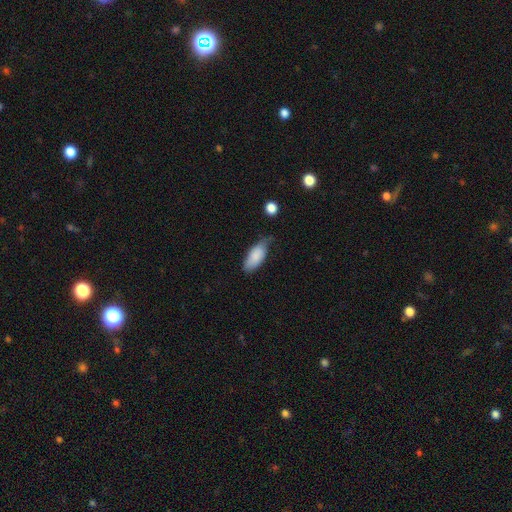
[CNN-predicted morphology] smooth 82%, featured or disk 11%, star or artifact 6%. Down the decision tree: how rounded — in between (87%); merging — none (45%).